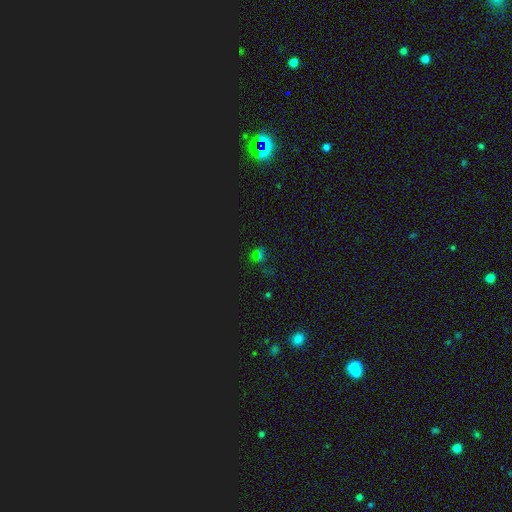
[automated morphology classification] type=star or artifact (66%).